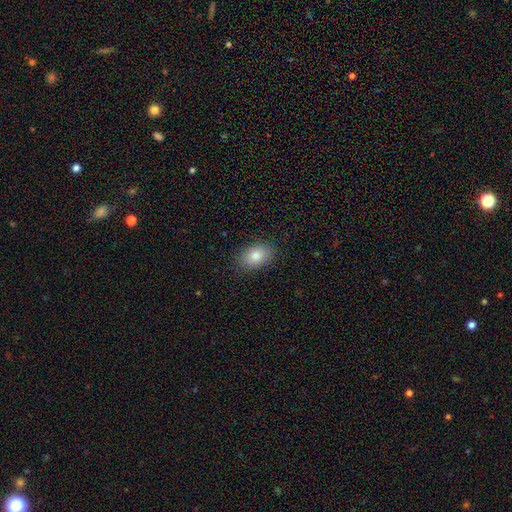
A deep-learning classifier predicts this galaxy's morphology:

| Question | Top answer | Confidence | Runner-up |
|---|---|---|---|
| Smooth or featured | smooth | 83% | featured or disk (8%) |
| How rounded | in between | 85% | round (14%) |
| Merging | none | 88% | minor disturbance (9%) |